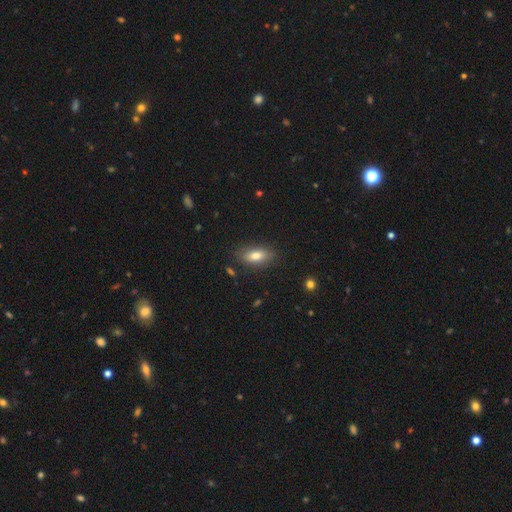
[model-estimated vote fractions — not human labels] Morphology: type=smooth (79%); roundness=in between (83%); merging=none (84%).